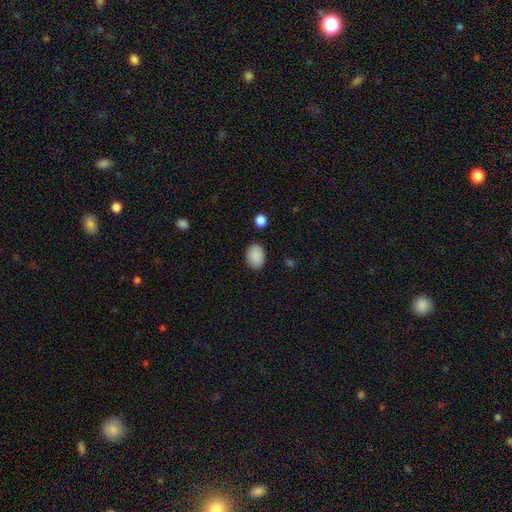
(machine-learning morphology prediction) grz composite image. It shows a smooth galaxy with no disk features (89%) that is in between round and cigar-shaped (75%). Merging: none (86%).